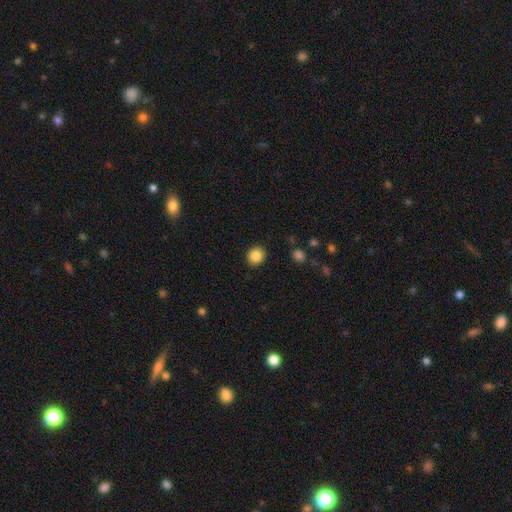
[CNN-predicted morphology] A smooth galaxy with no disk features (85%) that is round (81%). Merging: none (91%).